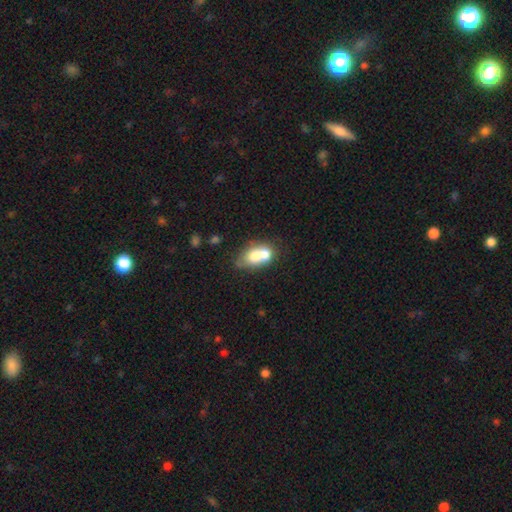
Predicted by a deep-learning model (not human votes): The model was most divided on "merging": merger: 60%, none: 25%, minor disturbance: 10%, major disturbance: 5%. More confident: how rounded — in between (71%); smooth or featured — smooth (66%).